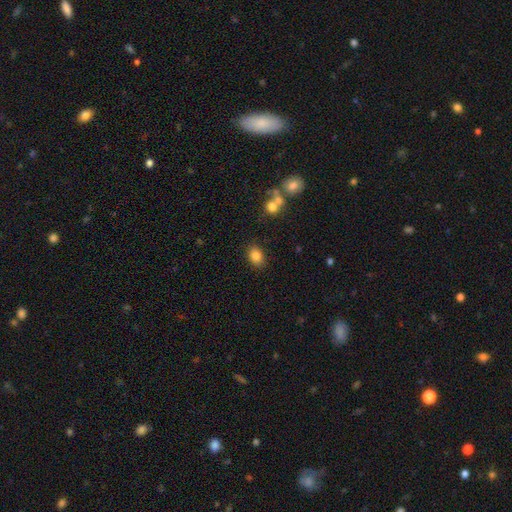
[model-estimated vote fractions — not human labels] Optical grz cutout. It shows a smooth galaxy with no disk features (84%) that is in between round and cigar-shaped (73%). Merging: none (85%).